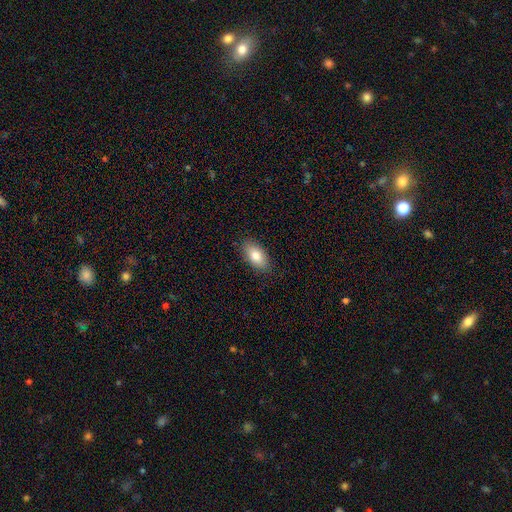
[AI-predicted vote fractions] This is clearly a smooth galaxy (81%). How rounded: clearly in between (91%). Merging: clearly none (87%).